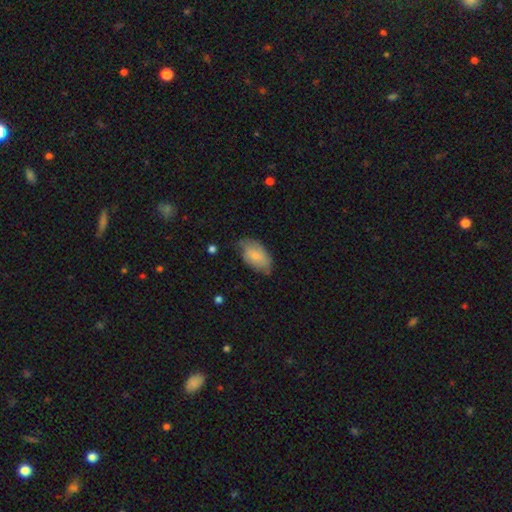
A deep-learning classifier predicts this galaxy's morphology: Overall: smooth (77%). How rounded: in between (93%). Merging: none (58%; minor disturbance 33%).